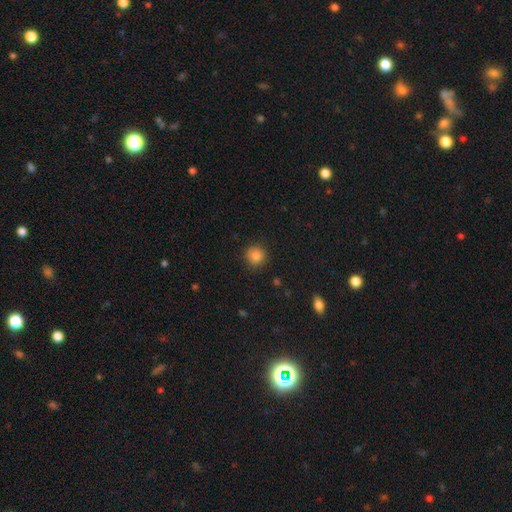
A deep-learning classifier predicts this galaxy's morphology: Smooth or featured: smooth — 84% (star or artifact — 11%)
How rounded: round — 93% (in between — 6%)
Merging: none — 89% (minor disturbance — 7%)